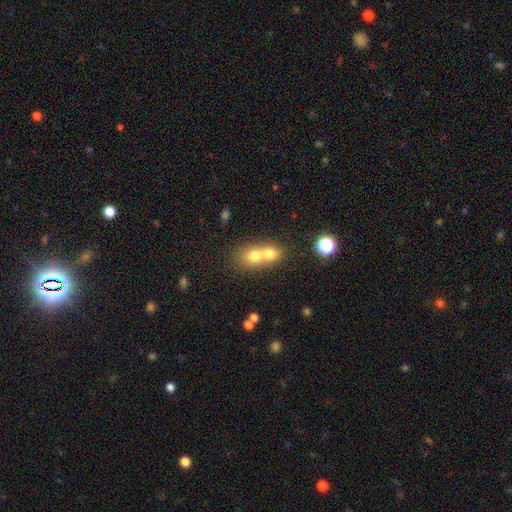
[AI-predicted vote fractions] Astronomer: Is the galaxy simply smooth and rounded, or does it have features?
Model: smooth — 69%.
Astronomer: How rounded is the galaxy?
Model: round — 57% (runner-up: in between, 41%).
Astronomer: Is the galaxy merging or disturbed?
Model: merger — 73%.